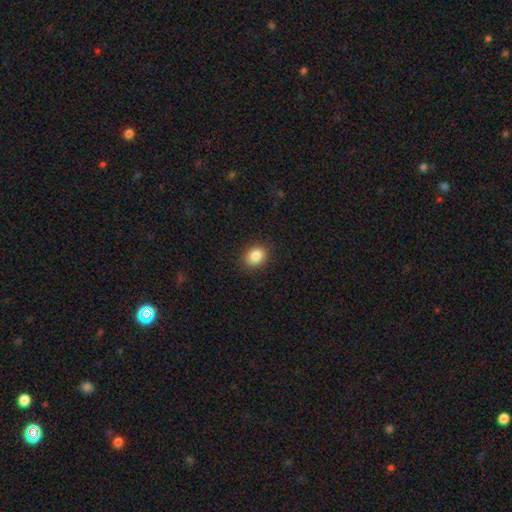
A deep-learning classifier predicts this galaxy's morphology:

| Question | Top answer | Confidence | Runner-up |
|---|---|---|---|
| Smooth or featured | smooth | 86% | star or artifact (9%) |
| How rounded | in between | 55% | round (44%) |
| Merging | none | 89% | minor disturbance (8%) |